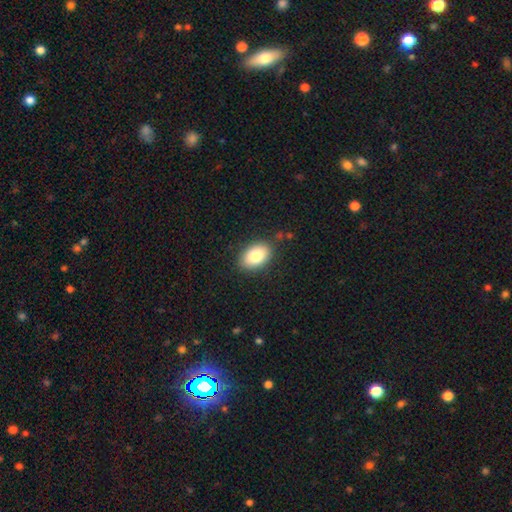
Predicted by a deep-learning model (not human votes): Q: Smooth or featured?
A: smooth (81%); runner-up: featured or disk (12%)
Q: How rounded?
A: in between (87%); runner-up: round (12%)
Q: Merging?
A: none (85%); runner-up: minor disturbance (11%)